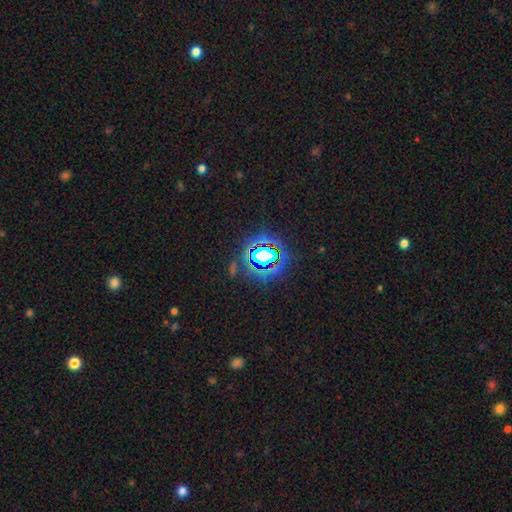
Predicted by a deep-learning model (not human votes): Smooth or featured? Predicted: star or artifact (p=0.70).